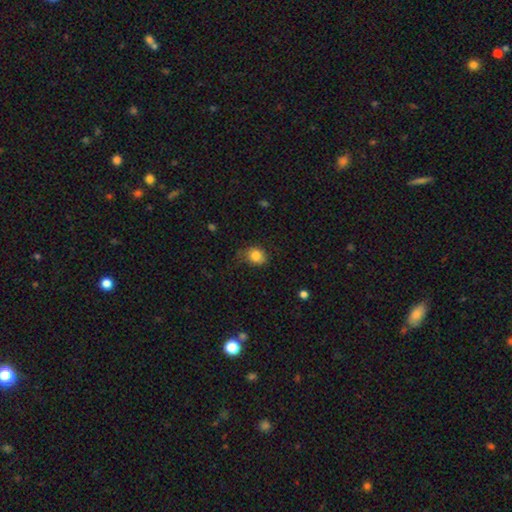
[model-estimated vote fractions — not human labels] This appears to be a smooth galaxy with no disk features (83%) that is round (60%). Merging: none (63%).